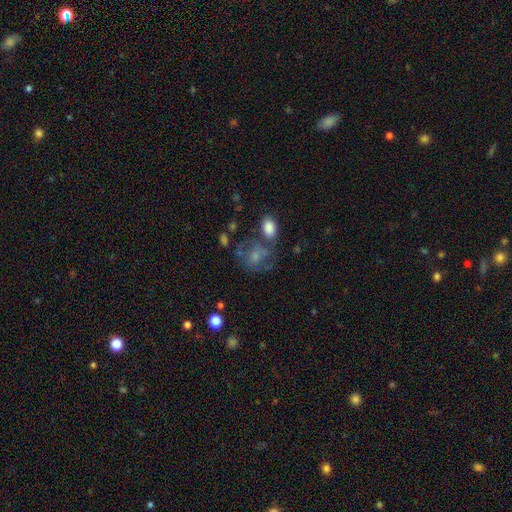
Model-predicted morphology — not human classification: Overall: smooth (58%; featured or disk 32%). How rounded: round (56%; in between 43%). Merging: none (42%; major disturbance 21%).